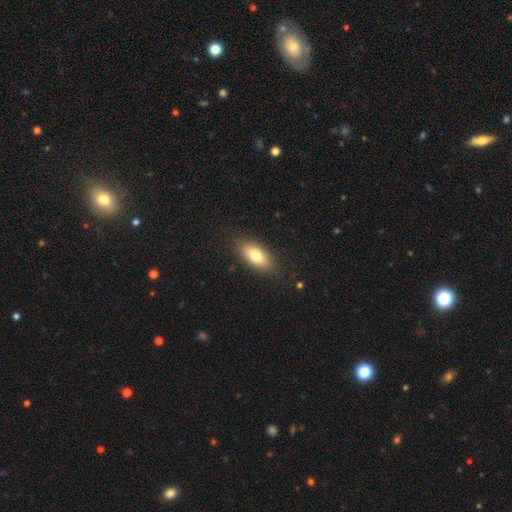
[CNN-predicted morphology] Smooth or featured?
  - smooth: 76% *
  - featured or disk: 17%
  - star or artifact: 7%
How rounded?
  - in between: 86% *
  - cigar-shaped: 10%
  - round: 3%
Merging?
  - none: 86% *
  - minor disturbance: 10%
  - major disturbance: 3%
  - merger: 1%